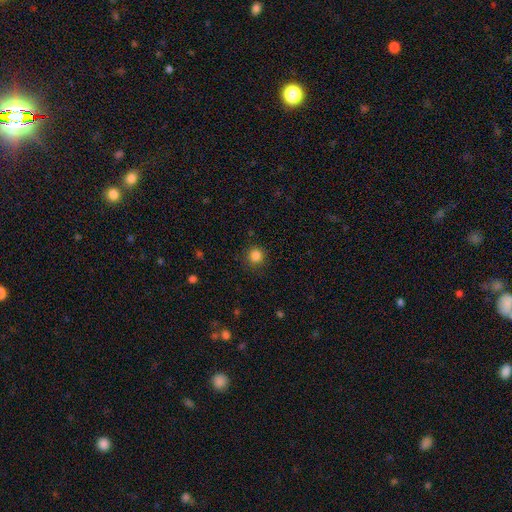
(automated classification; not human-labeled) A smooth galaxy with no disk features (84%) that is round (92%).

Vote fractions:
- Smooth or featured? smooth: 84% / star or artifact: 12% / featured or disk: 4%
- How rounded? round: 92% / in between: 7% / cigar-shaped: 1%
- Merging? none: 89% / minor disturbance: 8% / major disturbance: 3% / merger: 1%